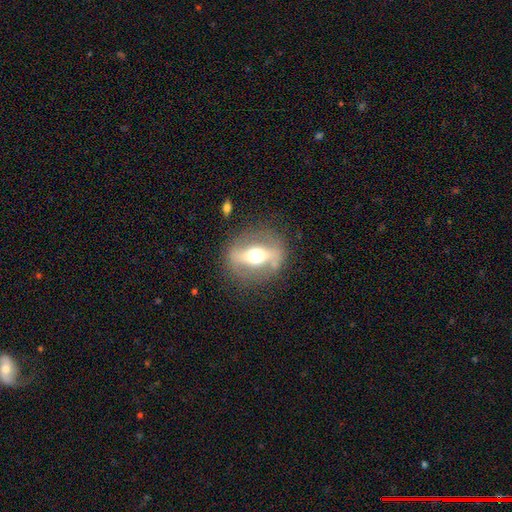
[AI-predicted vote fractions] This appears to be a featured or disk galaxy (72%). Merging: none (80%).